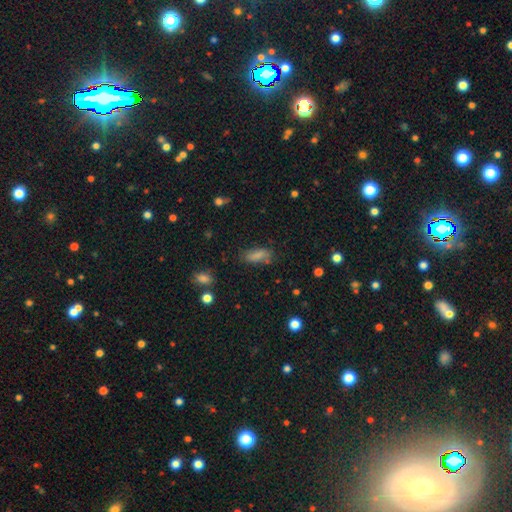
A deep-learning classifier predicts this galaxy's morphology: Smooth or featured? smooth (74%)
How rounded? in between (72%)
Merging? none (68%)